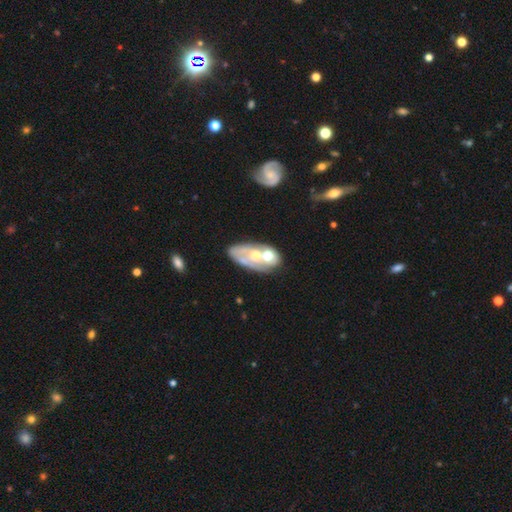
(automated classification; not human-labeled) Smooth or featured? featured or disk (61%)
Edge-on disk? no (93%)
Bar? no (86%)
Spiral arms? no (66%)
Bulge size? moderate (63%)
Merging? none (40%)